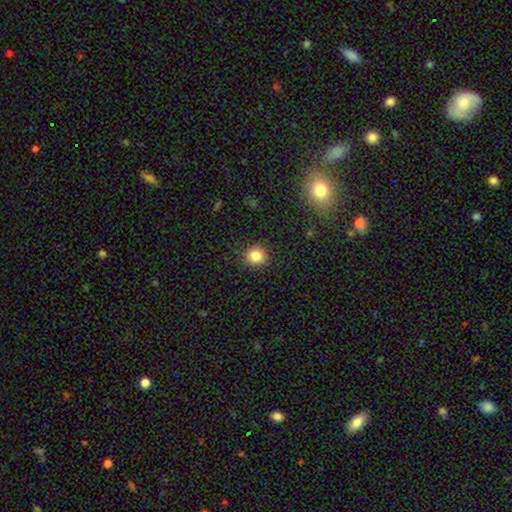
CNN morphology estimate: The model was most divided on "smooth or featured": smooth: 84%, star or artifact: 11%, featured or disk: 5%. More confident: merging — none (90%); how rounded — round (88%).